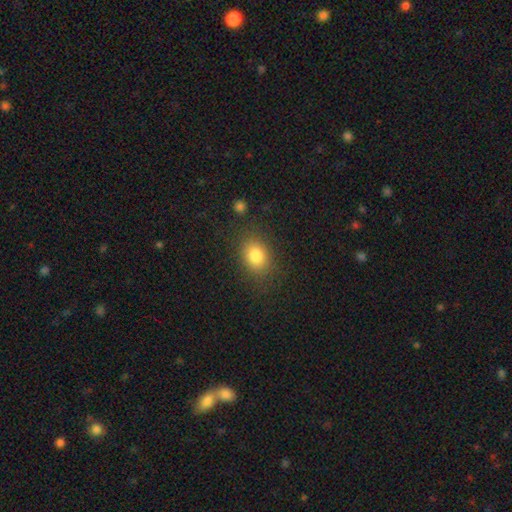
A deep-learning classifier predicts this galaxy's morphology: Smooth or featured: smooth — 82% (star or artifact — 11%)
How rounded: in between — 57% (round — 41%)
Merging: none — 82% (minor disturbance — 12%)